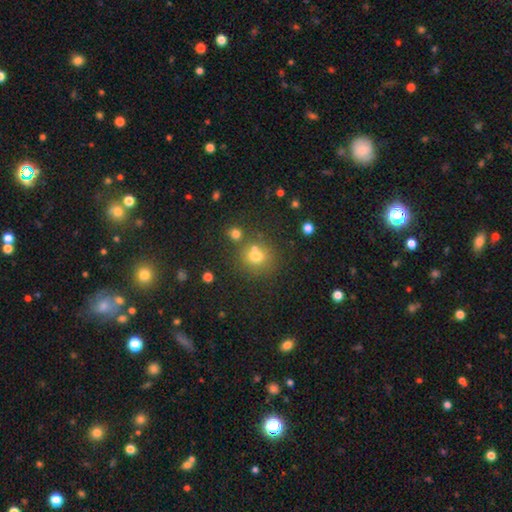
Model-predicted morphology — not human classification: A smooth galaxy with no disk features (71%) that is round (84%). Merging: none (64%).